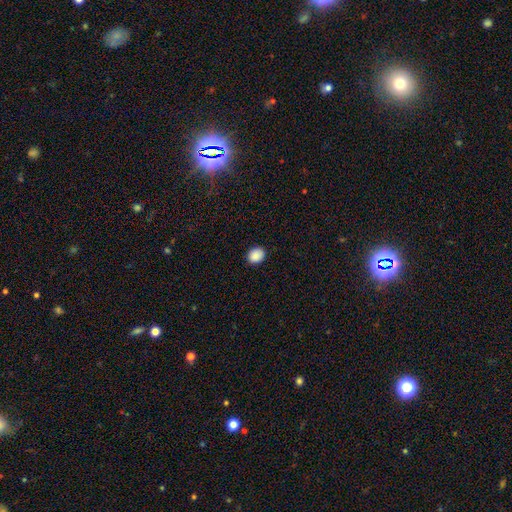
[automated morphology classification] Overall: smooth (90%). How rounded: round (59%; in between 41%). Merging: none (90%).